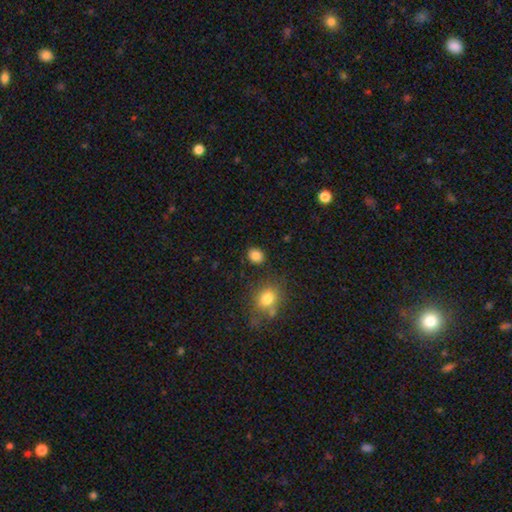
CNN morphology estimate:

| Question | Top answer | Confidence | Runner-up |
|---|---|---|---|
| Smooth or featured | smooth | 85% | star or artifact (11%) |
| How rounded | round | 65% | in between (34%) |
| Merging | none | 85% | minor disturbance (9%) |